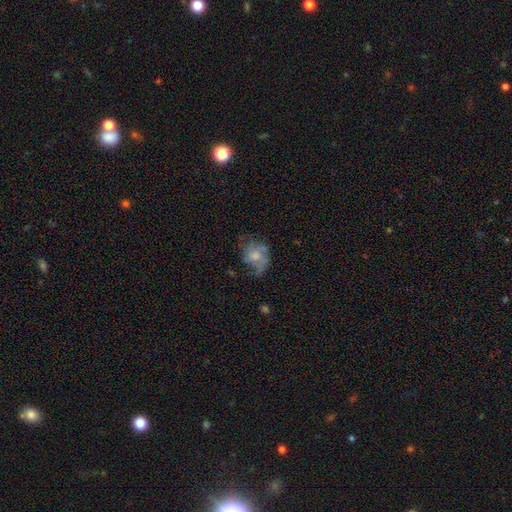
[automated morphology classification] This appears to be a featured or disk galaxy (47%). Merging: none (40%).